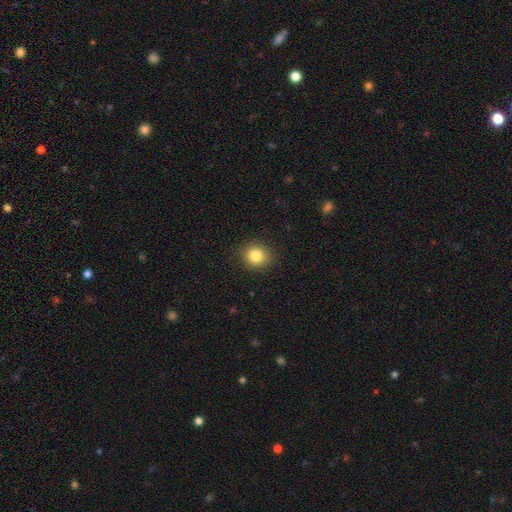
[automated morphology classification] smooth-or-featured: smooth: 83% | star or artifact: 11% | featured or disk: 6%
  how-rounded: round: 77% | in between: 22% | cigar-shaped: 1%
  merging: none: 89% | minor disturbance: 7% | major disturbance: 2% | merger: 1%